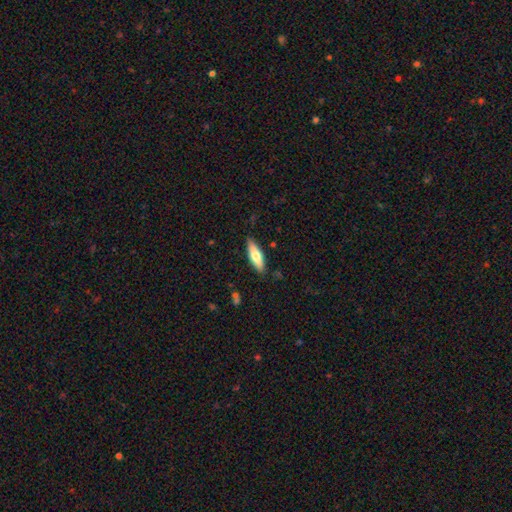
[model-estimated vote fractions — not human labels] smooth 65%, featured or disk 29%, star or artifact 6%. Down the decision tree: how rounded — cigar-shaped (51%); merging — none (87%).